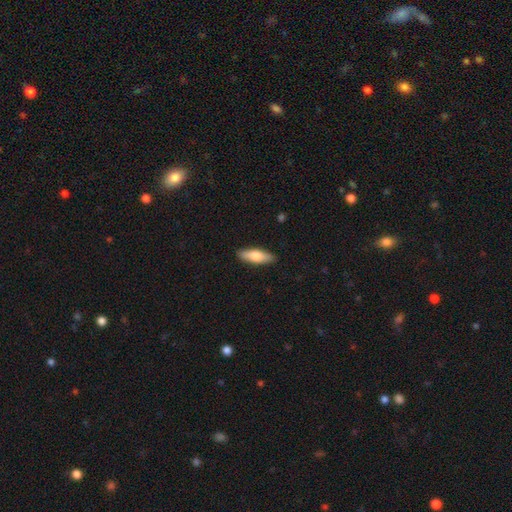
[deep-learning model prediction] Smooth or featured?
  - smooth: 73% *
  - featured or disk: 22%
  - star or artifact: 5%
How rounded?
  - in between: 51% *
  - cigar-shaped: 47%
  - round: 2%
Merging?
  - none: 90% *
  - minor disturbance: 8%
  - major disturbance: 2%
  - merger: 1%